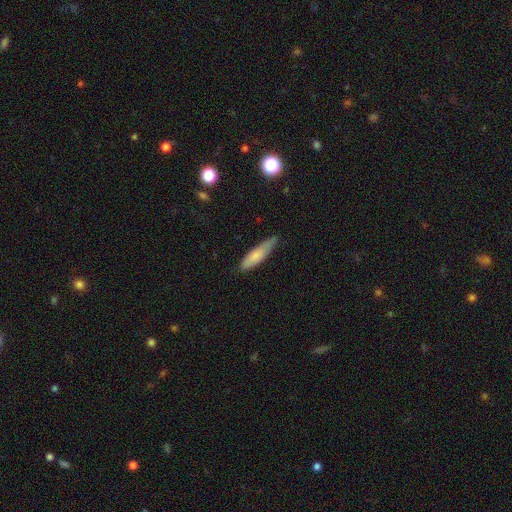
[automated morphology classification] Overall: smooth (75%). How rounded: cigar-shaped (73%). Merging: none (72%).